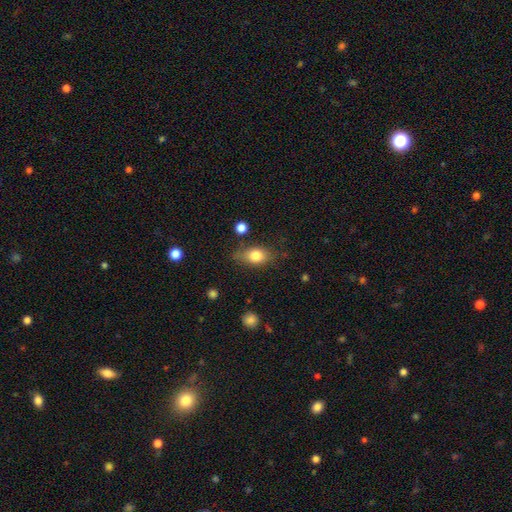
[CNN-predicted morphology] Smooth or featured? smooth (79%)
How rounded? in between (79%)
Merging? none (71%)